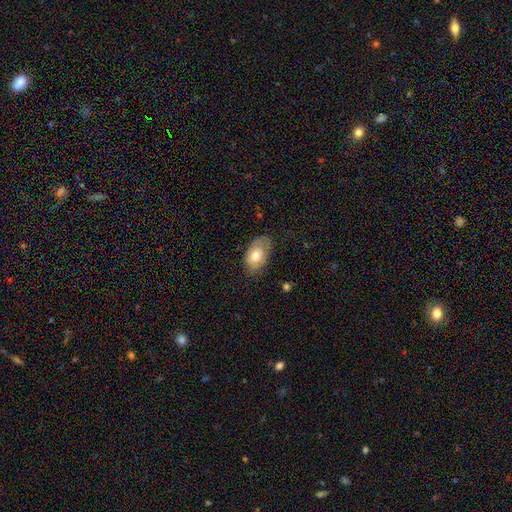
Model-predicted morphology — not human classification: Smooth or featured?
  - smooth: 65% *
  - featured or disk: 29%
  - star or artifact: 7%
How rounded?
  - in between: 92% *
  - round: 7%
  - cigar-shaped: 2%
Merging?
  - none: 62% *
  - minor disturbance: 28%
  - major disturbance: 9%
  - merger: 1%